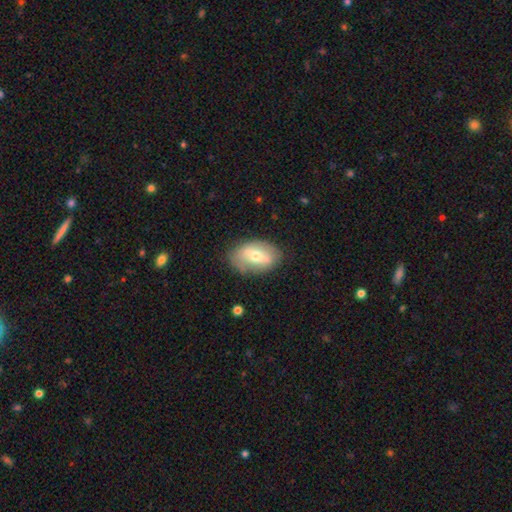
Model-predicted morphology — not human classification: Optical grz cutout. It shows a smooth galaxy with no disk features (52%) that is in between round and cigar-shaped (87%). Merging: none (75%).